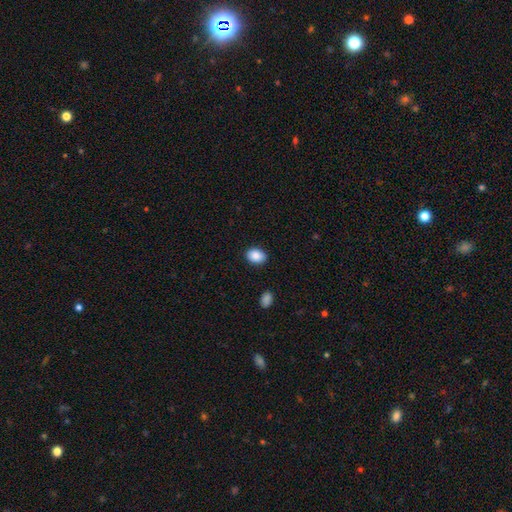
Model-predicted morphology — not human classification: Overall: smooth (89%). How rounded: in between (73%). Merging: none (87%).